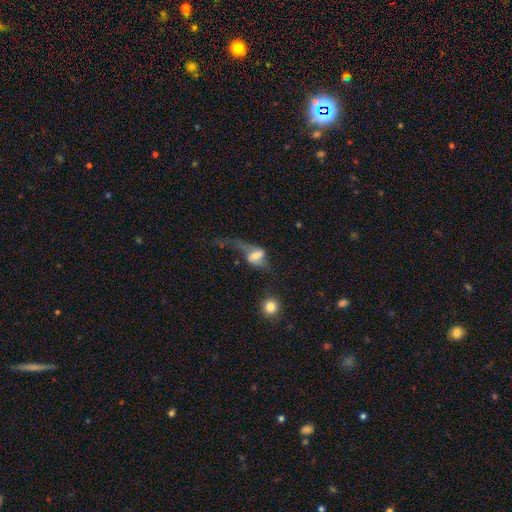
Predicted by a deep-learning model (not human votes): Q: Smooth or featured?
A: featured or disk (61%); runner-up: smooth (30%)
Q: Edge-on disk?
A: no (89%); runner-up: yes (11%)
Q: Bar?
A: weak (42%); runner-up: no (30%)
Q: Spiral arms?
A: yes (73%); runner-up: no (27%)
Q: Bulge size?
A: moderate (49%); runner-up: small (25%)
Q: Merging?
A: major disturbance (53%); runner-up: none (22%)